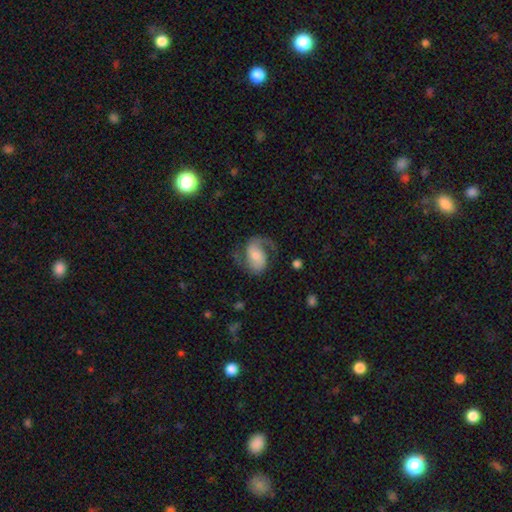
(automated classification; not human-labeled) Smooth or featured? Predicted: featured or disk (p=0.76). Edge-on disk? Predicted: no (p=0.97). Bar? Predicted: no (p=0.47). Spiral arms? Predicted: yes (p=0.93). Spiral winding? Predicted: medium (p=0.45). Spiral arm count? Predicted: 2 (p=0.73). Bulge size? Predicted: moderate (p=0.41). Merging? Predicted: none (p=0.57).